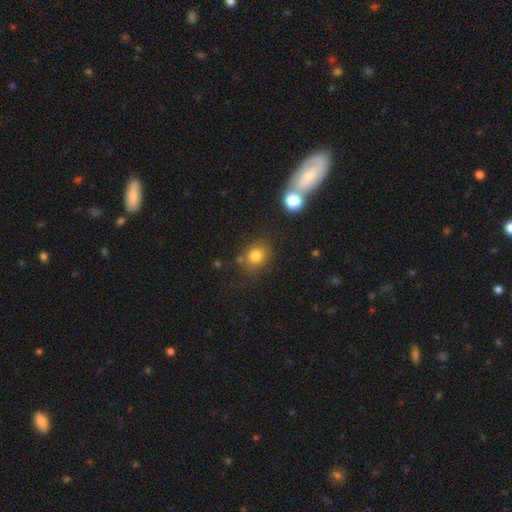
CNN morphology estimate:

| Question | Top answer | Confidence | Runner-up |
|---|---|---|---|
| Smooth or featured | smooth | 79% | star or artifact (13%) |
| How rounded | round | 72% | in between (27%) |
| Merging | none | 76% | minor disturbance (13%) |